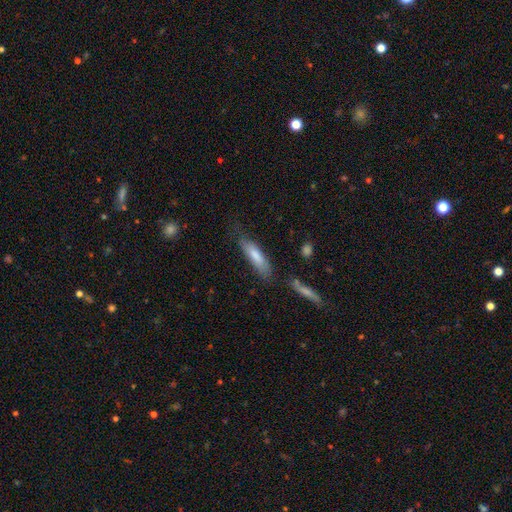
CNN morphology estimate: smooth_or_featured: smooth (p=0.77) [alt: featured or disk p=0.17]
how_rounded: cigar-shaped (p=0.64) [alt: in between p=0.34]
merging: none (p=0.65) [alt: minor disturbance p=0.23]